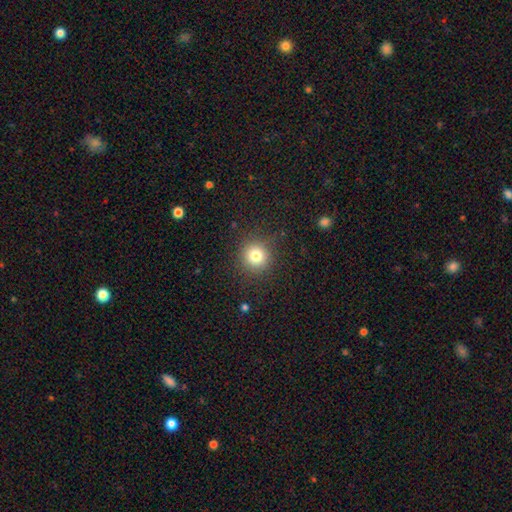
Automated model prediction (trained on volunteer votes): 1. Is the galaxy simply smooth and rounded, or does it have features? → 79% smooth, 14% star or artifact, 8% featured or disk.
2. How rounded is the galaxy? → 93% round, 6% in between, 1% cigar-shaped.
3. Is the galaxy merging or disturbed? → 89% none, 7% minor disturbance, 3% major disturbance, 1% merger.